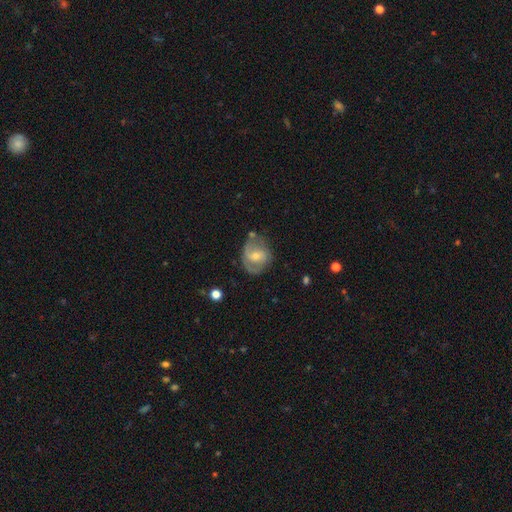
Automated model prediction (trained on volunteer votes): smooth-or-featured: featured or disk: 62% | smooth: 31% | star or artifact: 7%
  disk-edge-on: no: 97% | yes: 3%
    bar: weak: 47% | no: 39% | strong: 14%
    has-spiral-arms: yes: 79% | no: 21%
    bulge-size: small: 49% | moderate: 45% | none: 3% | large: 3% | dominant: 1%
  merging: none: 55% | minor disturbance: 26% | major disturbance: 13% | merger: 5%